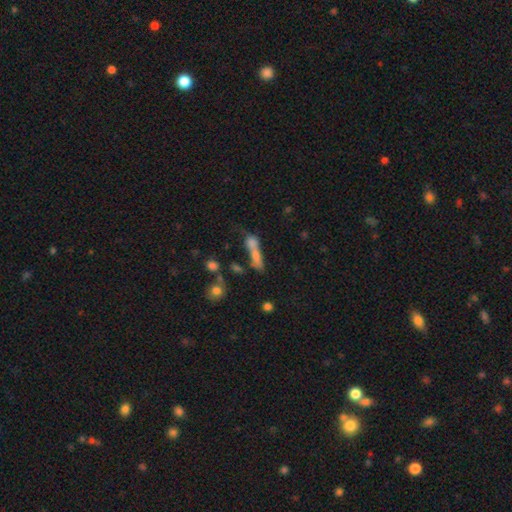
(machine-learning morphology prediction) This is likely a smooth galaxy (65%). How rounded: likely cigar-shaped (63%). Merging: possibly merger (46%).